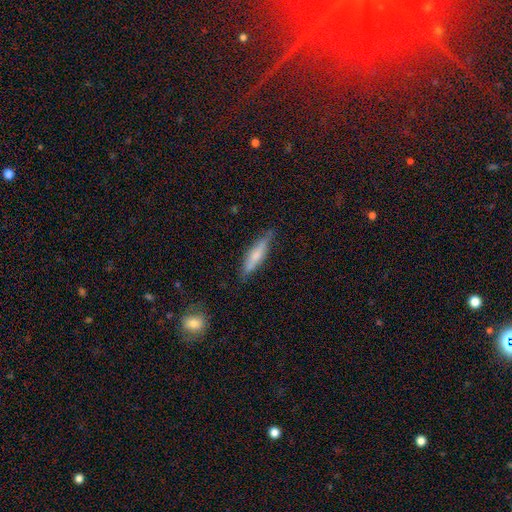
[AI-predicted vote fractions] Smooth or featured? smooth (60%)
How rounded? cigar-shaped (80%)
Merging? none (79%)